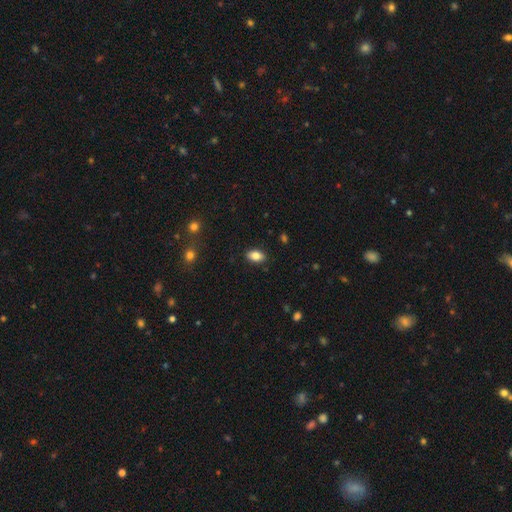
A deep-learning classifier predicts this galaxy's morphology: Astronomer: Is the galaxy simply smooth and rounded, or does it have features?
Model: smooth — 84%.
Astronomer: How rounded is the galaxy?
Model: in between — 90%.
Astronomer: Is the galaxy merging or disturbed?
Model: none — 88%.